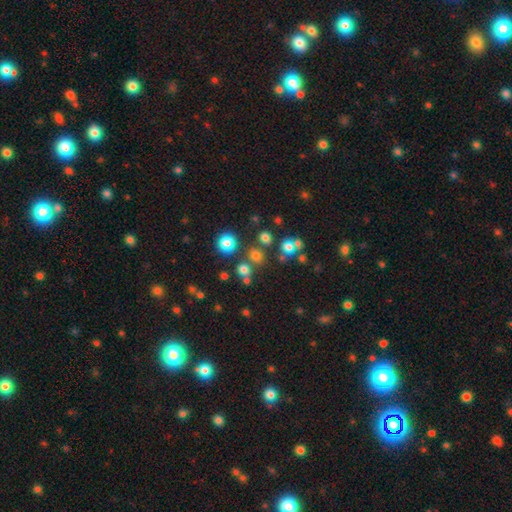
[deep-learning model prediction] This is likely a smooth galaxy (69%). How rounded: clearly round (84%). Merging: likely none (71%).